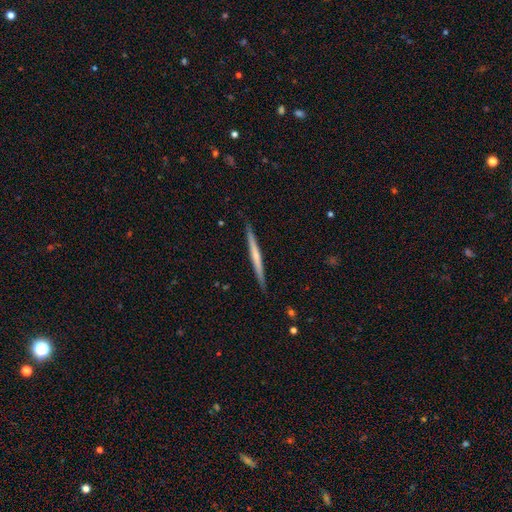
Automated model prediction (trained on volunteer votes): smooth-or-featured: featured or disk: 54% | smooth: 40% | star or artifact: 6%
  disk-edge-on: yes: 98% | no: 2%
    edge-on-bulge: none: 70% | rounded: 25% | boxy: 5%
  merging: none: 90% | minor disturbance: 8% | major disturbance: 1% | merger: 1%